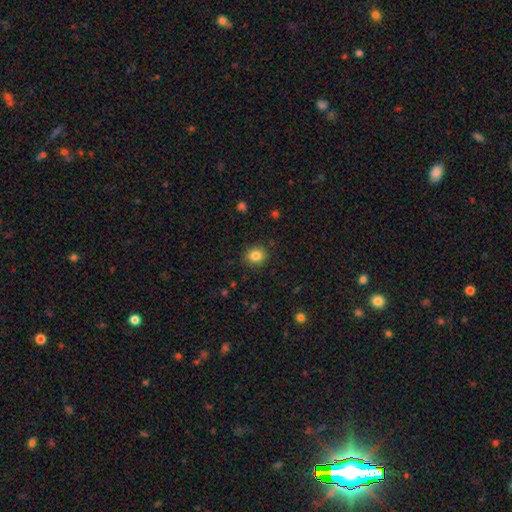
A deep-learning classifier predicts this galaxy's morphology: A smooth galaxy with no disk features (84%) that is round (81%).

Vote fractions:
- Smooth or featured? smooth: 84% / star or artifact: 11% / featured or disk: 6%
- How rounded? round: 81% / in between: 18% / cigar-shaped: 1%
- Merging? none: 88% / minor disturbance: 8% / major disturbance: 2% / merger: 1%